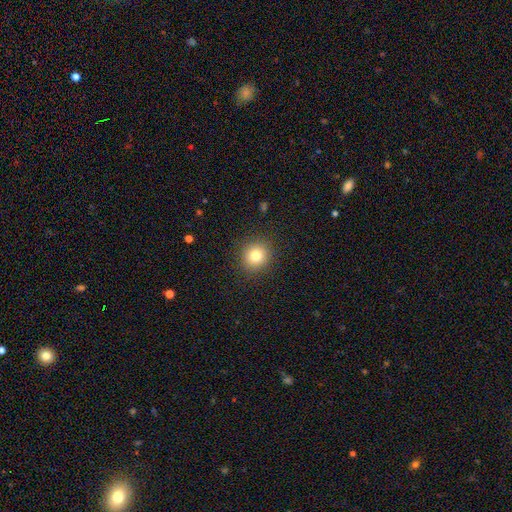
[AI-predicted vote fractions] smooth_or_featured: smooth (p=0.81) [alt: star or artifact p=0.12]
how_rounded: round (p=0.89) [alt: in between p=0.10]
merging: none (p=0.90) [alt: minor disturbance p=0.07]